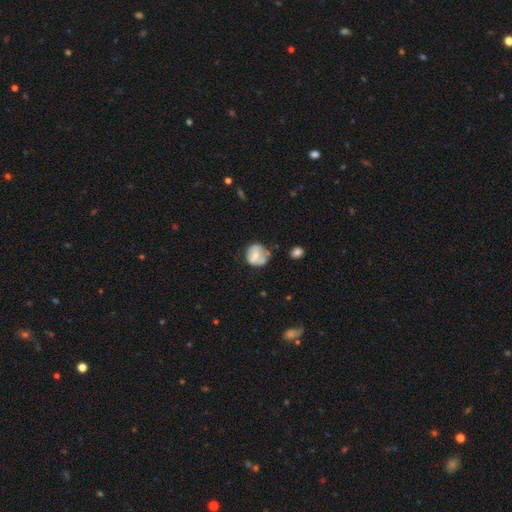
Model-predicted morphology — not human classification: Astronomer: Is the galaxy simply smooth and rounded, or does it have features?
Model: smooth — 63%.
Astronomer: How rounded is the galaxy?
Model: round — 79%.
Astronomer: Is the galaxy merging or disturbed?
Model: none — 51% (runner-up: minor disturbance, 31%).